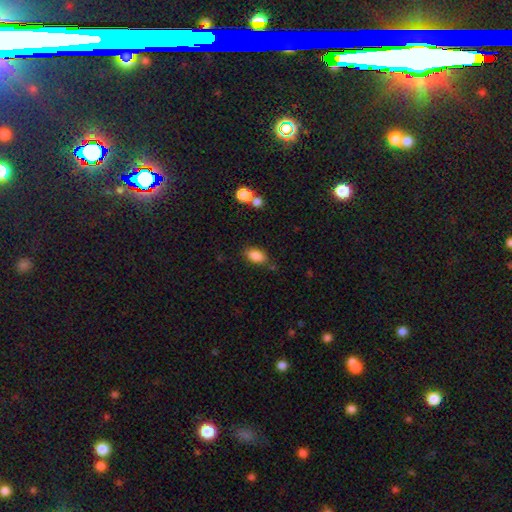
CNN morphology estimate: The model was most divided on "merging": none: 76%, minor disturbance: 15%, merger: 5%, major disturbance: 4%. More confident: how rounded — in between (90%); smooth or featured — smooth (86%).